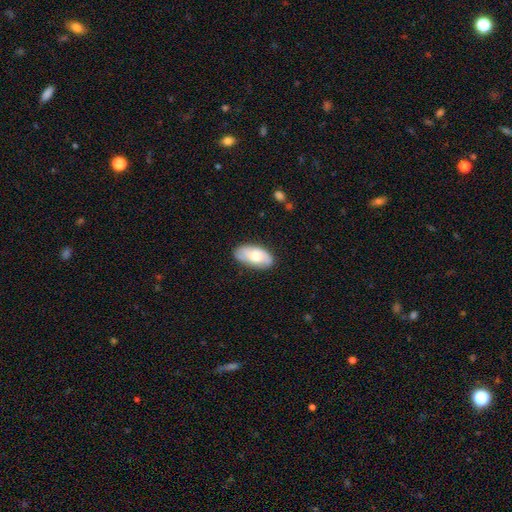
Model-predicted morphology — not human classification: type=smooth (51%); roundness=in between (93%); merging=none (79%).